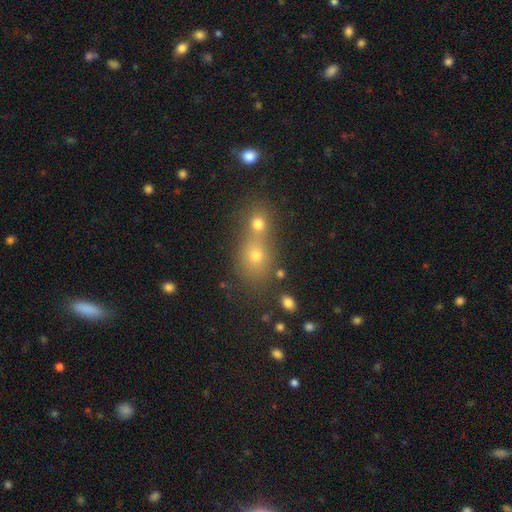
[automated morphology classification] This is likely a smooth galaxy (66%). How rounded: possibly round (55%). Merging: possibly merger (57%).